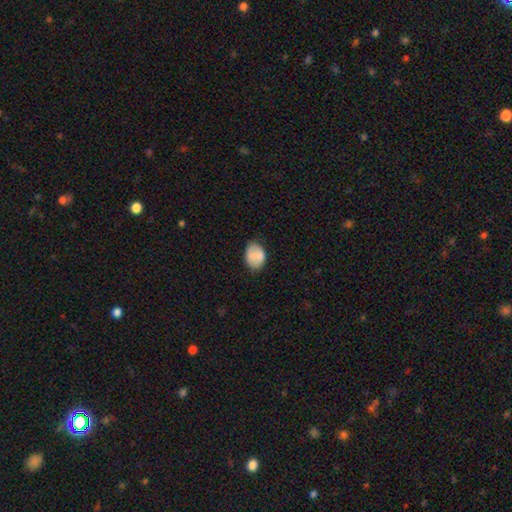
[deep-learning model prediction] Morphology: type=smooth (78%); roundness=in between (65%); merging=none (77%).